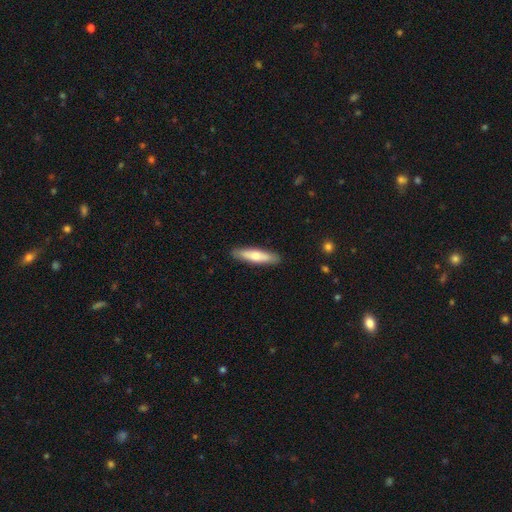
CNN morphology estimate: smooth 62%, featured or disk 33%, star or artifact 5%. Down the decision tree: how rounded — cigar-shaped (78%); merging — none (89%).